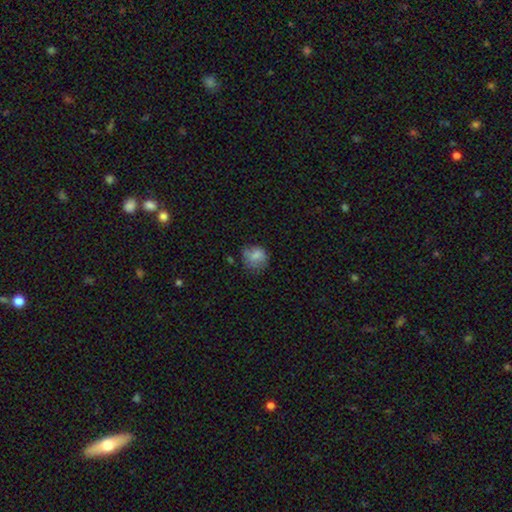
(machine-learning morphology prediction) This is likely a smooth galaxy (77%). How rounded: likely round (76%). Merging: possibly none (59%).